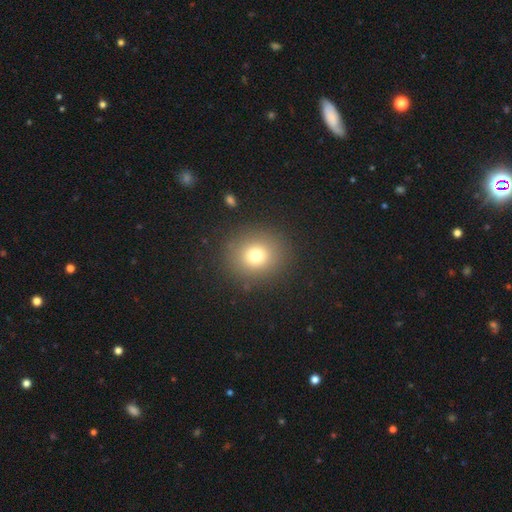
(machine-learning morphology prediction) This appears to be a smooth galaxy with no disk features (75%) that is round (85%). Merging: none (87%).